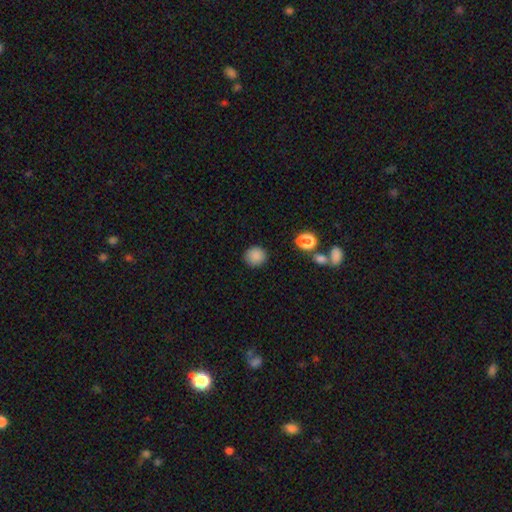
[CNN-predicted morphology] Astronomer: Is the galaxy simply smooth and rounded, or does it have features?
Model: smooth — 85%.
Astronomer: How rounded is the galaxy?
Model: round — 90%.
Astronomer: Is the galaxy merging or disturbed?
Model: none — 88%.